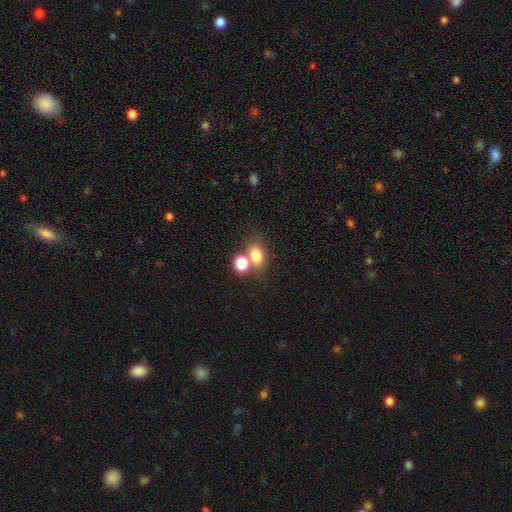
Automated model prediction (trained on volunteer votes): The model was most divided on "merging": none: 47%, merger: 39%, minor disturbance: 9%, major disturbance: 4%. More confident: smooth or featured — smooth (77%); how rounded — in between (62%).